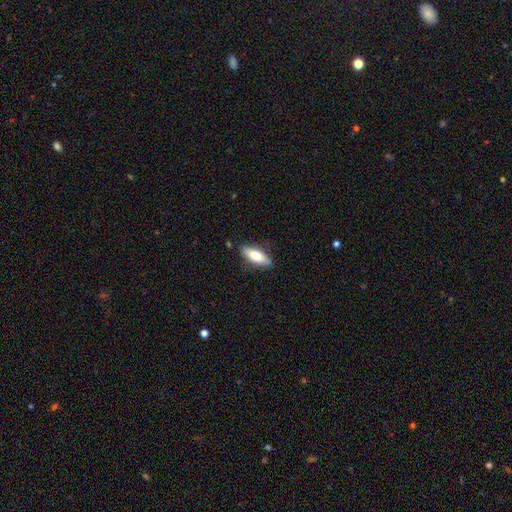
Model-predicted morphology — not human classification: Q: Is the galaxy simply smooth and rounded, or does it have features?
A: smooth — 75%.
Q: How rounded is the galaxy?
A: in between — 70%.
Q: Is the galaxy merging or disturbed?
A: none — 82%.